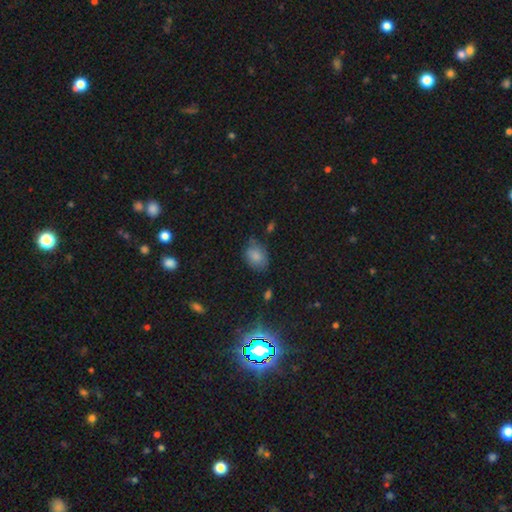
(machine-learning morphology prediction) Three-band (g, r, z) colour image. It shows a smooth galaxy with no disk features (80%) that is in between round and cigar-shaped (74%). Merging: none (64%).